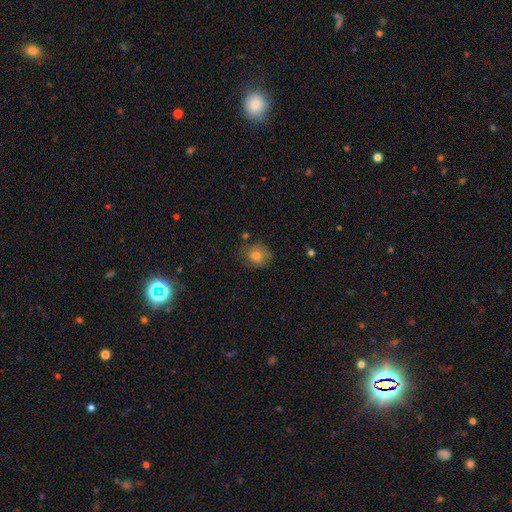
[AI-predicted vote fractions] Smooth or featured?
  - smooth: 76% *
  - featured or disk: 13%
  - star or artifact: 11%
How rounded?
  - round: 68% *
  - in between: 31%
  - cigar-shaped: 1%
Merging?
  - none: 64% *
  - minor disturbance: 24%
  - major disturbance: 8%
  - merger: 3%